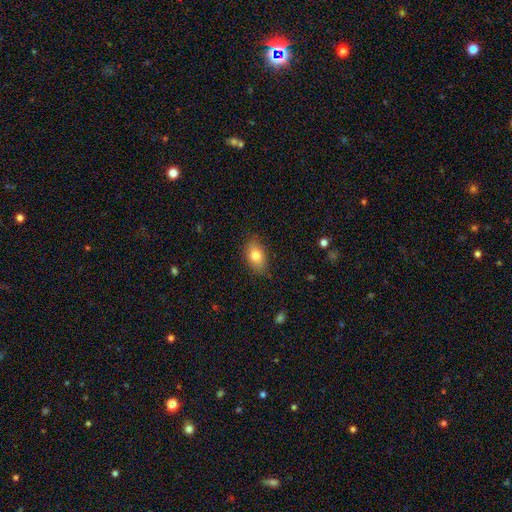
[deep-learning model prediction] This appears to be a smooth galaxy with no disk features (79%) that is in between round and cigar-shaped (87%). Merging: none (83%).